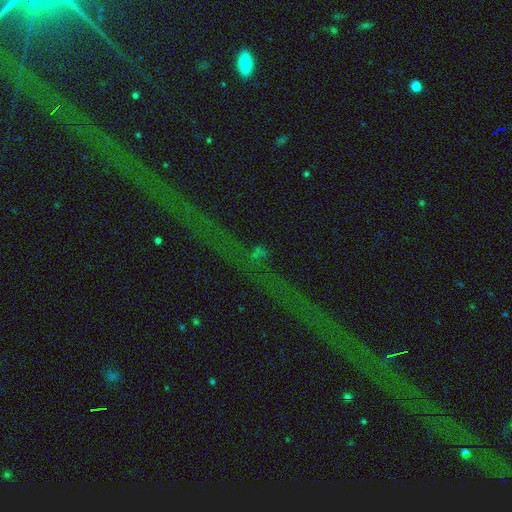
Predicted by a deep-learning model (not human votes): star or artifact 68%, featured or disk 16%, smooth 15%.